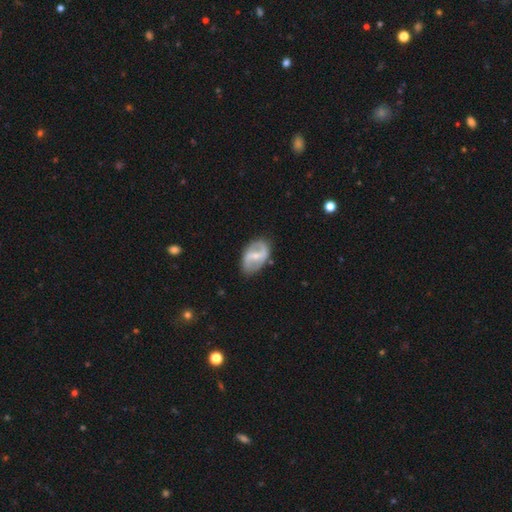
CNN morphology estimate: Smooth or featured? featured or disk (74%)
Edge-on disk? no (96%)
Bar? weak (45%)
Spiral arms? yes (77%)
Spiral winding? loose (46%)
Spiral arm count? 2 (85%)
Bulge size? small (51%)
Merging? none (77%)